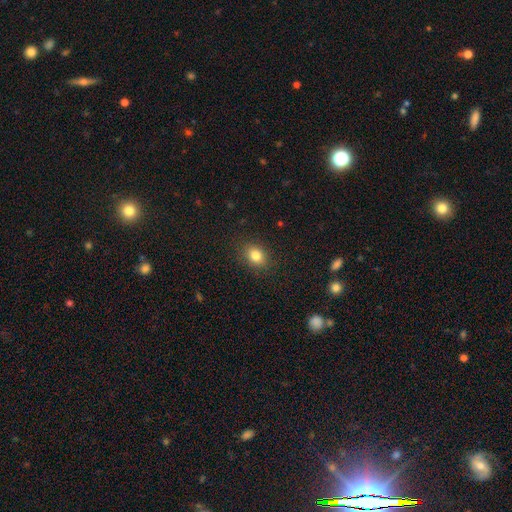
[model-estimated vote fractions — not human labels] Smooth or featured? smooth (83%)
How rounded? in between (54%)
Merging? none (87%)